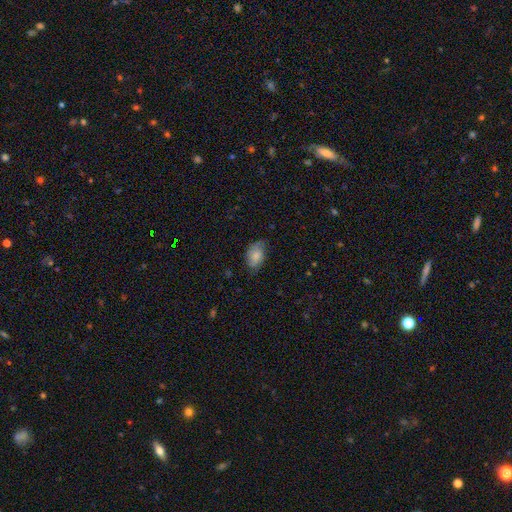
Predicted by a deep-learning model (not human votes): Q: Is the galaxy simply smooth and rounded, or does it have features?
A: smooth — 71%.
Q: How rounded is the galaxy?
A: in between — 89%.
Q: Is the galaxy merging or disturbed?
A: none — 63%.